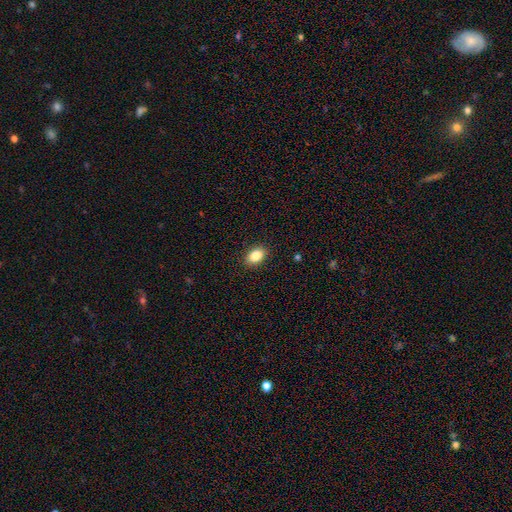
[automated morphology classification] A smooth galaxy with no disk features (85%) that is in between round and cigar-shaped (84%). Merging: none (90%).